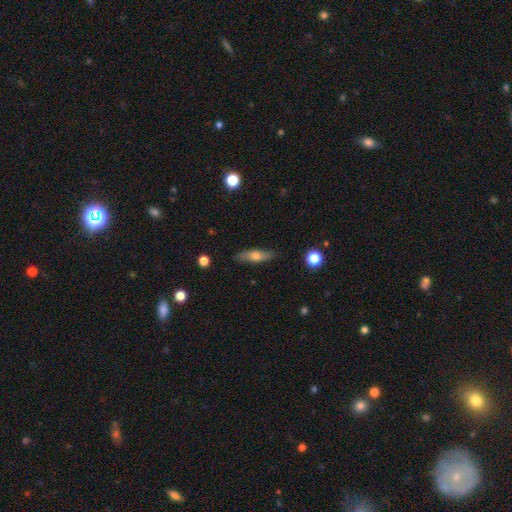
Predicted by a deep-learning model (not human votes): Smooth or featured?
  - smooth: 58% *
  - featured or disk: 35%
  - star or artifact: 7%
How rounded?
  - cigar-shaped: 58% *
  - in between: 39%
  - round: 3%
Merging?
  - none: 85% *
  - minor disturbance: 11%
  - major disturbance: 2%
  - merger: 1%